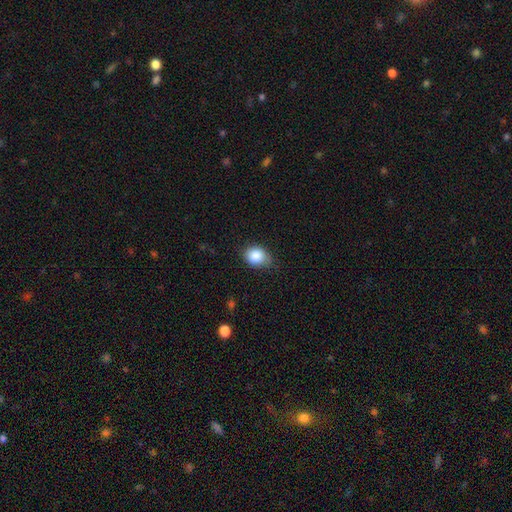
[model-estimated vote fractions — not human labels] The model was most divided on "how rounded": round: 54%, in between: 45%, cigar-shaped: 1%. More confident: smooth or featured — smooth (86%); merging — none (69%).